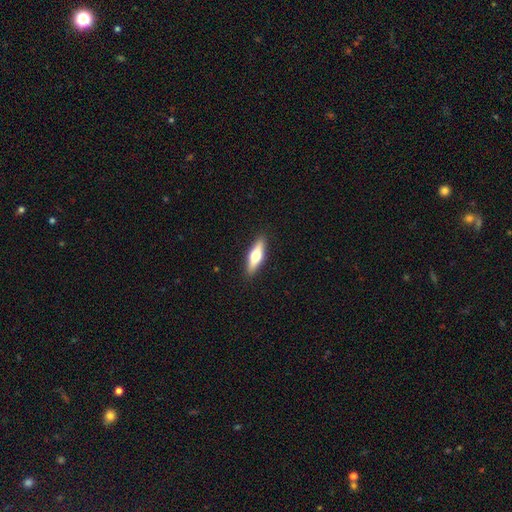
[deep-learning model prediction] smooth_or_featured: smooth (p=0.47) [tied with: featured or disk p=0.47]
merging: none (p=0.90) [alt: minor disturbance p=0.07]